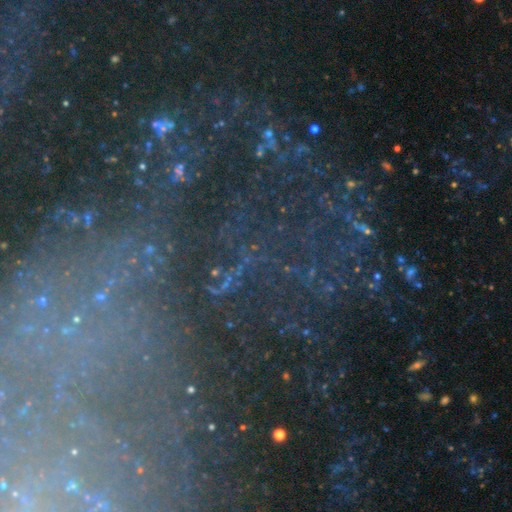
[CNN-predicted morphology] Smooth or featured? star or artifact (62%)